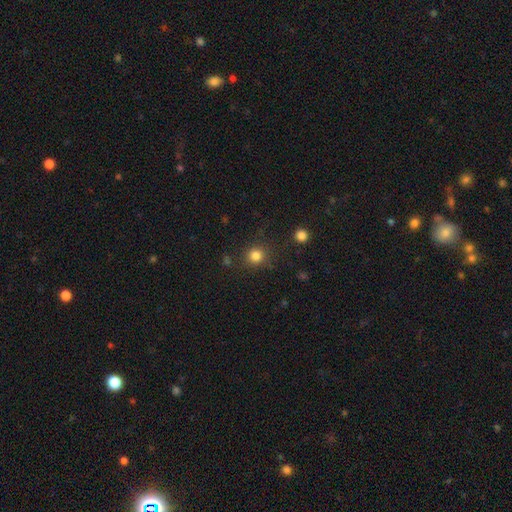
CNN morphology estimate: This appears to be a smooth galaxy with no disk features (82%) that is round (90%). Merging: none (84%).